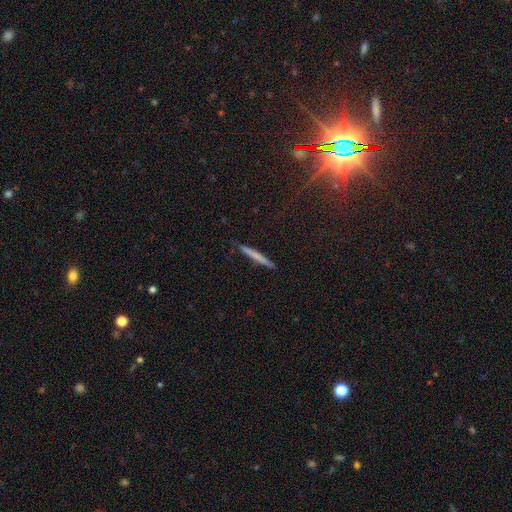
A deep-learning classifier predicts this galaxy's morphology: Smooth or featured: smooth — 60% (featured or disk — 32%)
How rounded: cigar-shaped — 96% (in between — 2%)
Merging: none — 89% (minor disturbance — 8%)